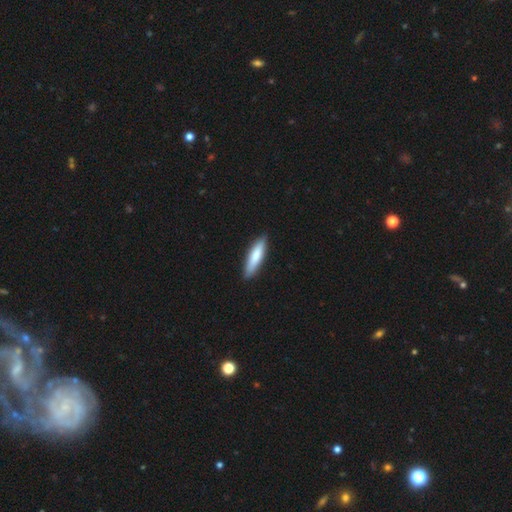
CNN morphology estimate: The model was most divided on "how rounded": cigar-shaped: 76%, in between: 22%, round: 1%. More confident: merging — none (88%); smooth or featured — smooth (77%).